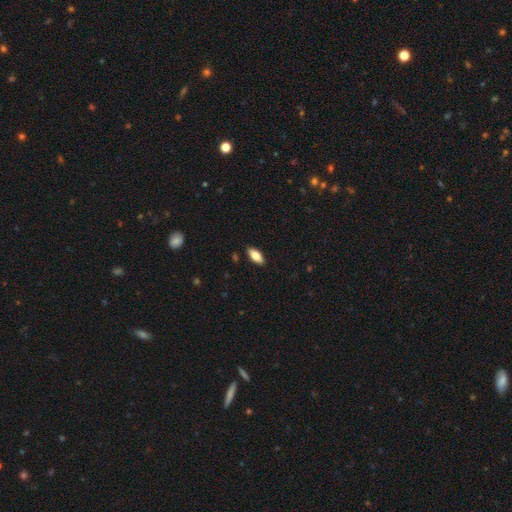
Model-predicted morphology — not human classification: A smooth galaxy with no disk features (76%) that is in between round and cigar-shaped (85%).

Vote fractions:
- Smooth or featured? smooth: 76% / featured or disk: 18% / star or artifact: 6%
- How rounded? in between: 85% / cigar-shaped: 13% / round: 2%
- Merging? none: 89% / minor disturbance: 8% / major disturbance: 2% / merger: 1%